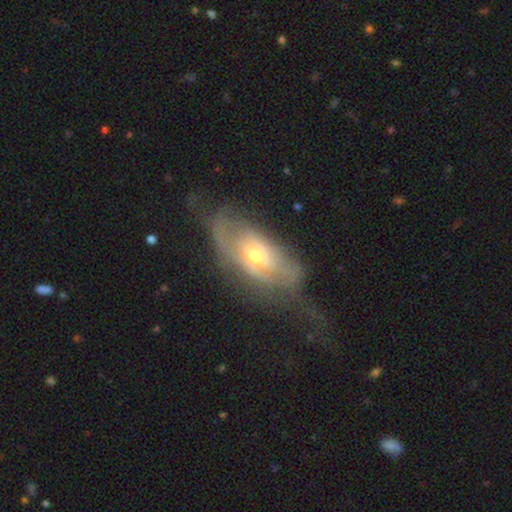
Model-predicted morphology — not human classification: Smooth or featured? Predicted: featured or disk (p=0.63). Edge-on disk? Predicted: no (p=0.83). Bar? Predicted: no (p=0.72). Spiral arms? Predicted: yes (p=0.55). Bulge size? Predicted: moderate (p=0.50). Merging? Predicted: none (p=0.41).